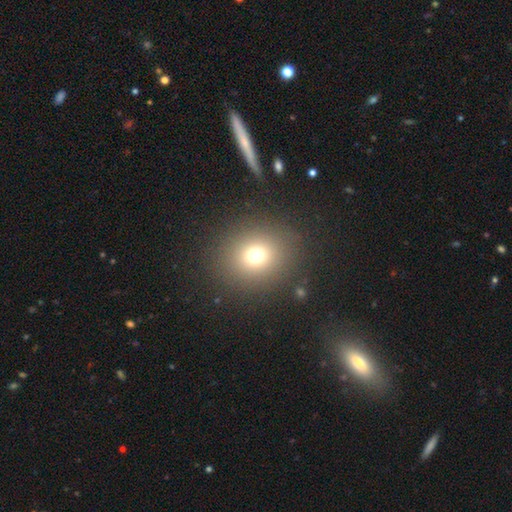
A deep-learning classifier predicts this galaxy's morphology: smooth-or-featured: smooth: 71% | star or artifact: 20% | featured or disk: 10%
  how-rounded: round: 82% | in between: 17% | cigar-shaped: 1%
  merging: none: 87% | minor disturbance: 7% | major disturbance: 5% | merger: 2%